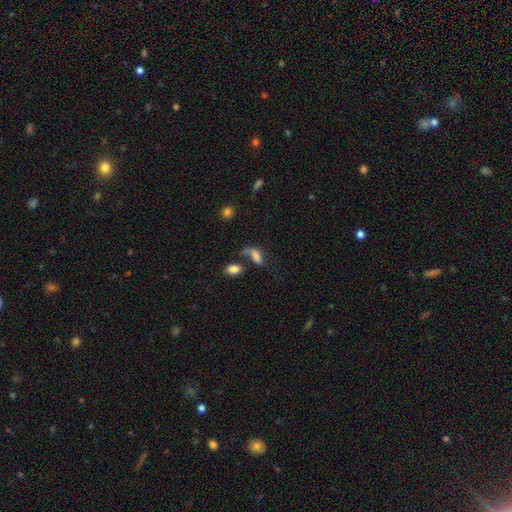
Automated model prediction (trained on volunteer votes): Q: Smooth or featured?
A: smooth (69%); runner-up: featured or disk (19%)
Q: How rounded?
A: in between (80%); runner-up: cigar-shaped (13%)
Q: Merging?
A: merger (30%); runner-up: none (28%)